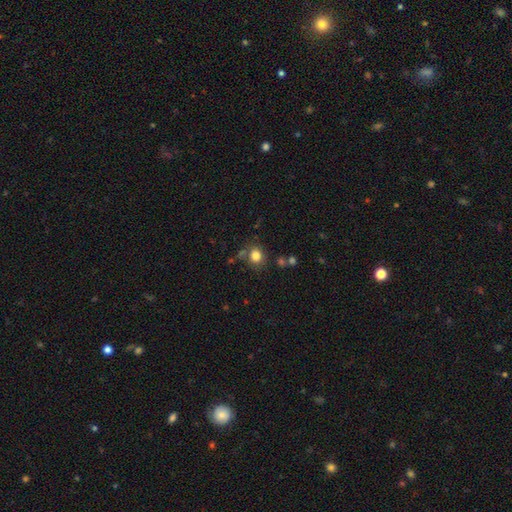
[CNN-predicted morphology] smooth_or_featured: smooth (p=0.81) [alt: star or artifact p=0.12]
how_rounded: round (p=0.75) [alt: in between p=0.24]
merging: none (p=0.72) [alt: minor disturbance p=0.14]